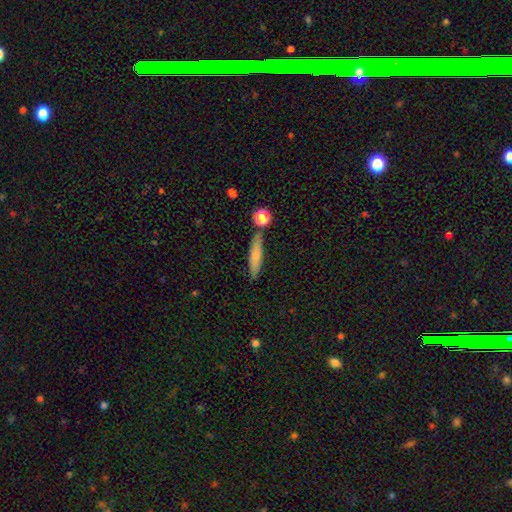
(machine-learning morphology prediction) The model was most divided on "smooth or featured": smooth: 70%, featured or disk: 22%, star or artifact: 7%. More confident: how rounded — cigar-shaped (82%); merging — none (76%).